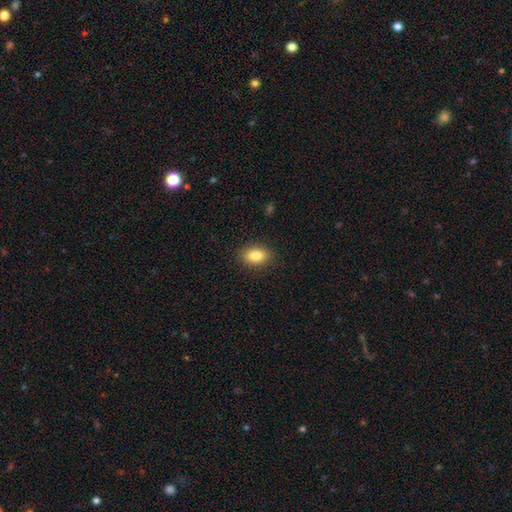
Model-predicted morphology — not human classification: A smooth galaxy with no disk features (84%) that is in between round and cigar-shaped (83%). Merging: none (88%).